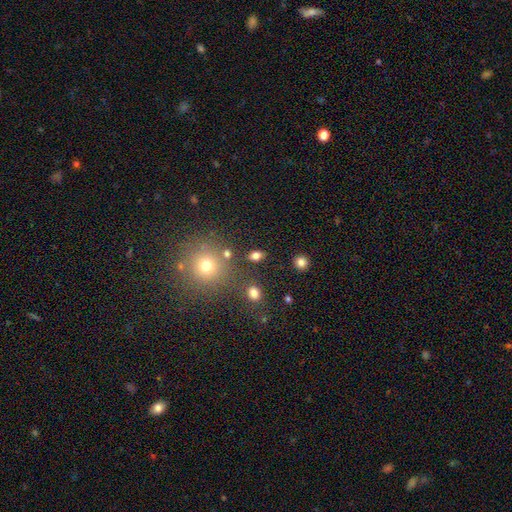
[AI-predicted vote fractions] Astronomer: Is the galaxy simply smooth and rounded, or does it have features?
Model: smooth — 78%.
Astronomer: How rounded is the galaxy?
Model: in between — 68%.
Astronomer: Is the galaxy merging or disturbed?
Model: none — 82%.